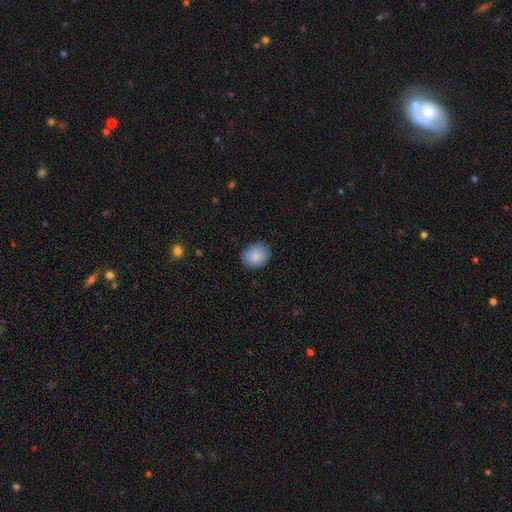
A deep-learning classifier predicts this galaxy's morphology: The model was most divided on "how rounded": round: 69%, in between: 30%, cigar-shaped: 1%. More confident: smooth or featured — smooth (86%); merging — none (85%).